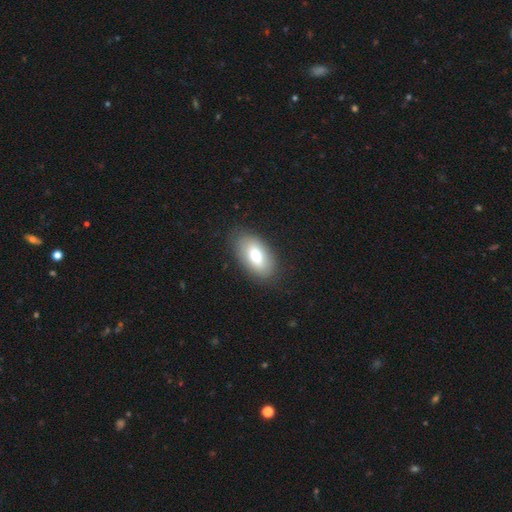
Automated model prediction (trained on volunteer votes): A smooth galaxy with no disk features (77%) that is in between round and cigar-shaped (94%). Merging: none (83%).